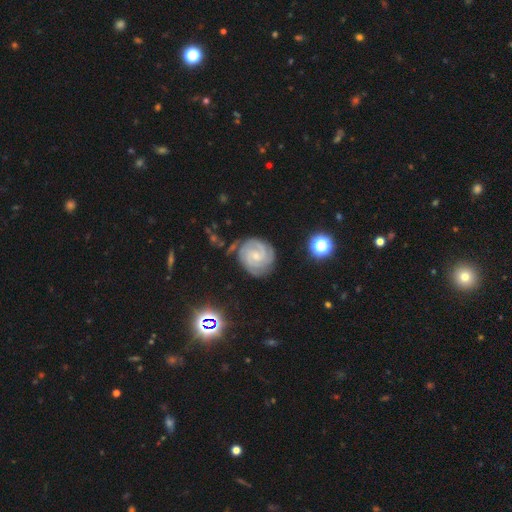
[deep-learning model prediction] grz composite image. It shows a featured or disk galaxy (85%) with no bar (55%), 2 (41%) tight (74%) spiral arms (98%) and a small central bulge (72%). Merging: none (75%).